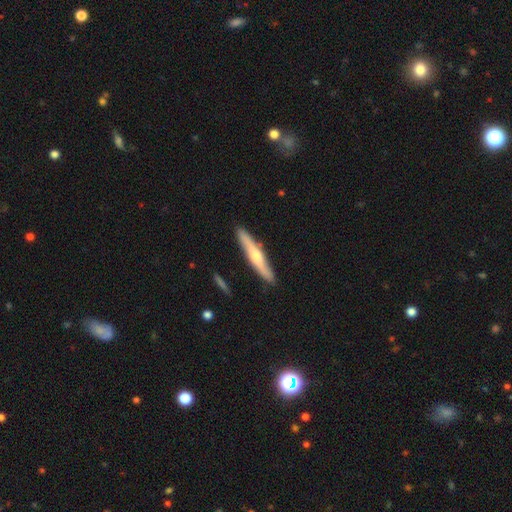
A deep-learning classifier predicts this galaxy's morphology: Smooth or featured? featured or disk (56%)
Edge-on disk? yes (90%)
Edge-on bulge? rounded (83%)
Merging? none (88%)